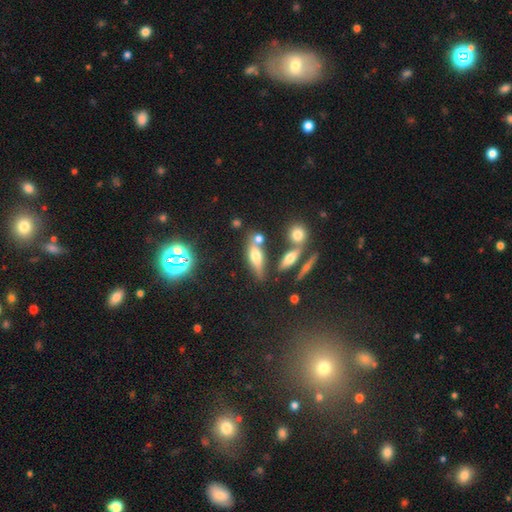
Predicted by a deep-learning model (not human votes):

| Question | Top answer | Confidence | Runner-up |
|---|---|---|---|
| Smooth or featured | smooth | 56% | featured or disk (30%) |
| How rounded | in between | 58% | cigar-shaped (35%) |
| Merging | none | 53% | merger (27%) |